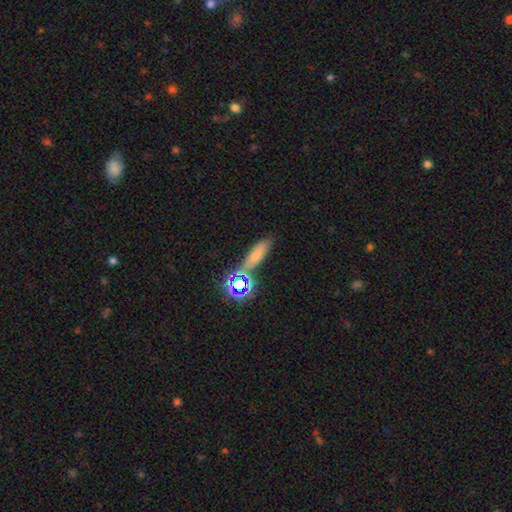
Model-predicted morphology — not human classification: type=smooth (65%); roundness=in between (47%); merging=none (66%).